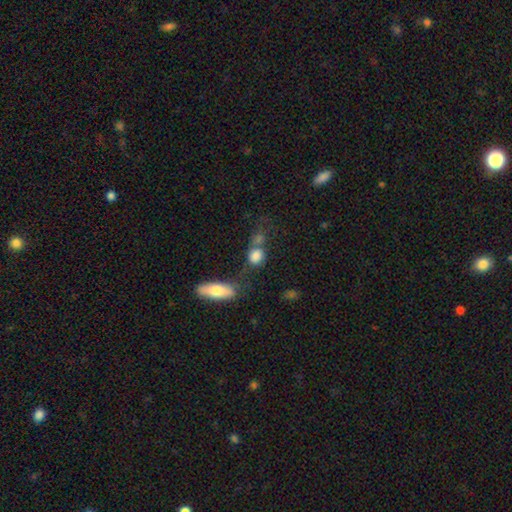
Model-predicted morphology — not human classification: smooth-or-featured: smooth: 80% | star or artifact: 10% | featured or disk: 10%
  how-rounded: round: 50% | in between: 45% | cigar-shaped: 5%
  merging: none: 42% | merger: 34% | minor disturbance: 15% | major disturbance: 10%